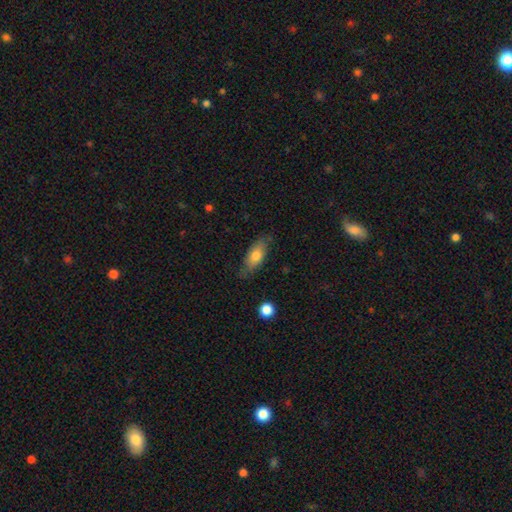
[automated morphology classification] type=smooth (72%); roundness=in between (80%); merging=none (73%).